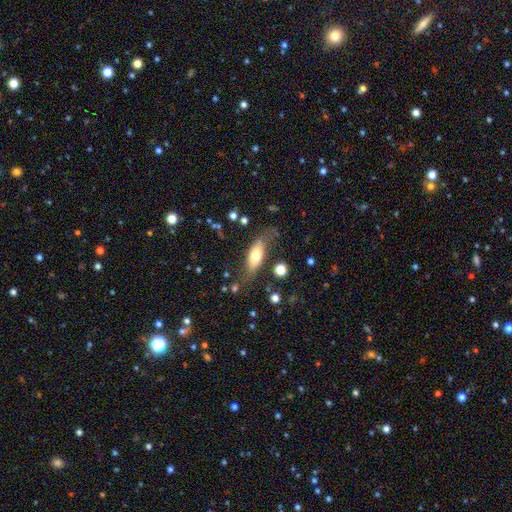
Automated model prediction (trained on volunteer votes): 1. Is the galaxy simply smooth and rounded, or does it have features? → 65% smooth, 28% featured or disk, 7% star or artifact.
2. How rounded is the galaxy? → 71% in between, 26% cigar-shaped, 3% round.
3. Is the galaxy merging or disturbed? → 61% none, 24% minor disturbance, 11% major disturbance, 4% merger.